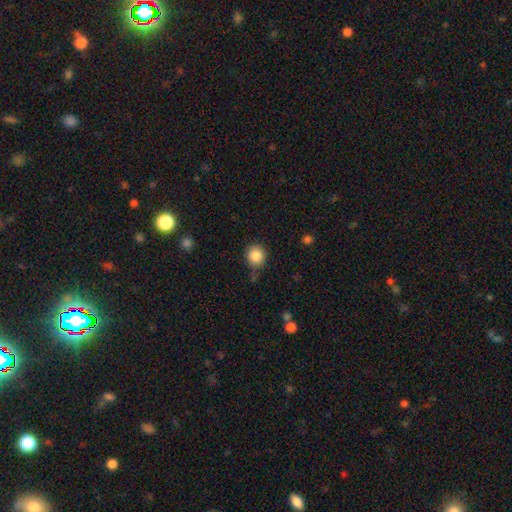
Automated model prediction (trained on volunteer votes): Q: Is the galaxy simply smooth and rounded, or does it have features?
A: smooth — 86%.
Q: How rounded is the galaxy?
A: round — 88%.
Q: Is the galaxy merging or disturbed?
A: none — 75%.